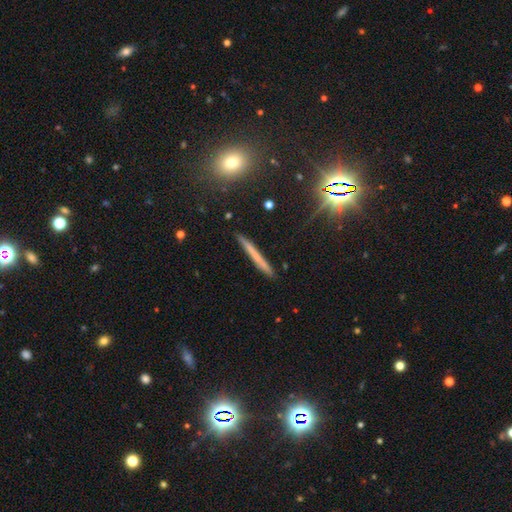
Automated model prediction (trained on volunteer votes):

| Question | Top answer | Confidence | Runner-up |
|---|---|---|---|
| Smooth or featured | smooth | 52% | featured or disk (36%) |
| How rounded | cigar-shaped | 96% | in between (2%) |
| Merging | none | 88% | minor disturbance (9%) |